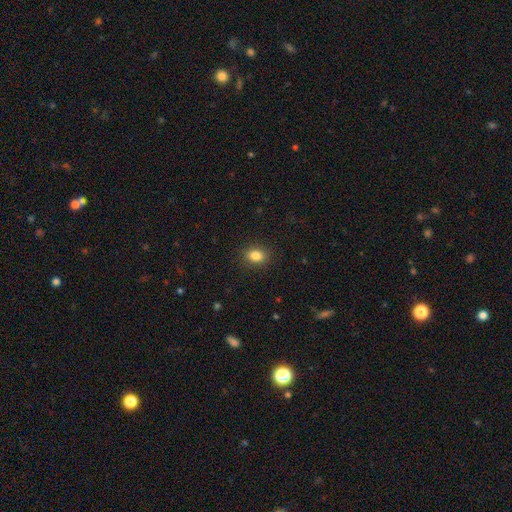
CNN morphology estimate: smooth 84%, star or artifact 10%, featured or disk 5%. Down the decision tree: how rounded — in between (61%); merging — none (89%).